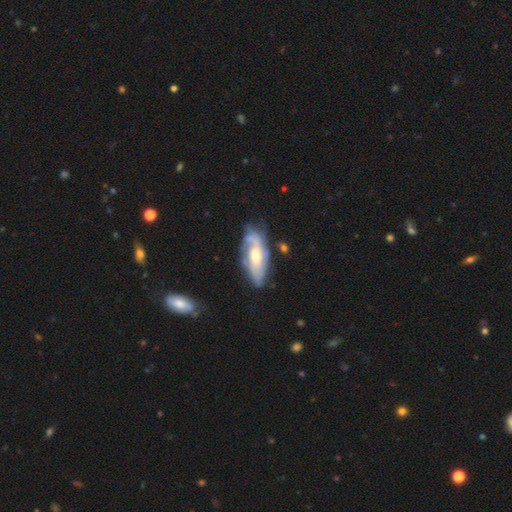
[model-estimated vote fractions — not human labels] Smooth or featured? featured or disk (77%)
Edge-on disk? no (90%)
Bar? no (62%)
Spiral arms? yes (89%)
Spiral winding? tight (46%)
Spiral arm count? 2 (41%)
Bulge size? moderate (58%)
Merging? none (62%)